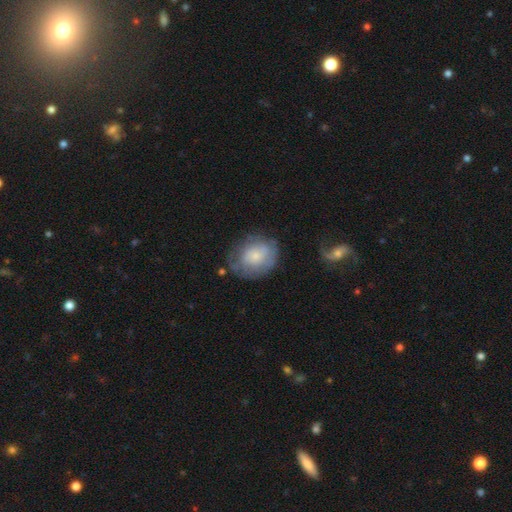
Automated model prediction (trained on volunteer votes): This is possibly a smooth galaxy (50%). How rounded: likely round (60%). Merging: likely none (61%).